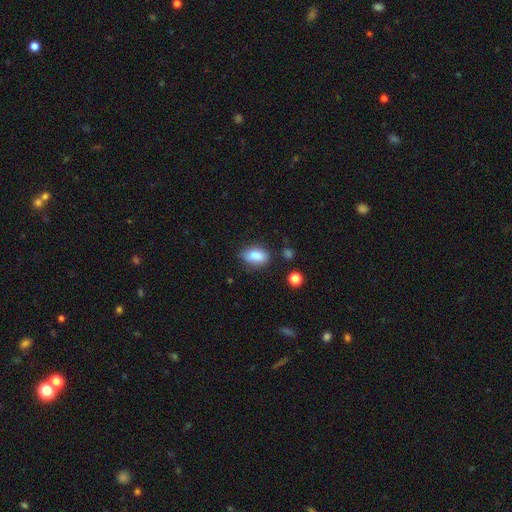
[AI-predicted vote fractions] A smooth galaxy with no disk features (83%) that is in between round and cigar-shaped (86%). Merging: none (72%).